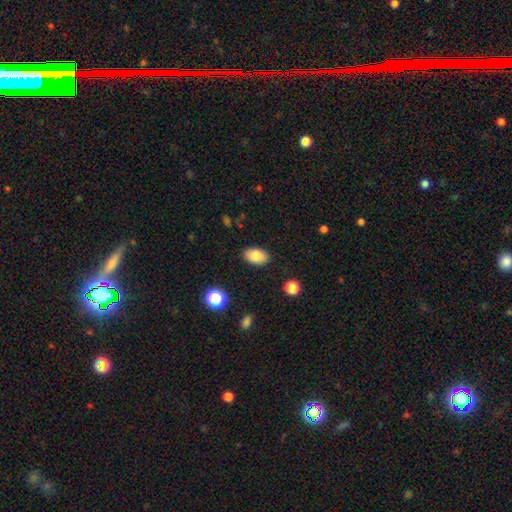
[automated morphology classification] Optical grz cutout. It shows a smooth galaxy with no disk features (84%) that is in between round and cigar-shaped (90%). Merging: none (87%).